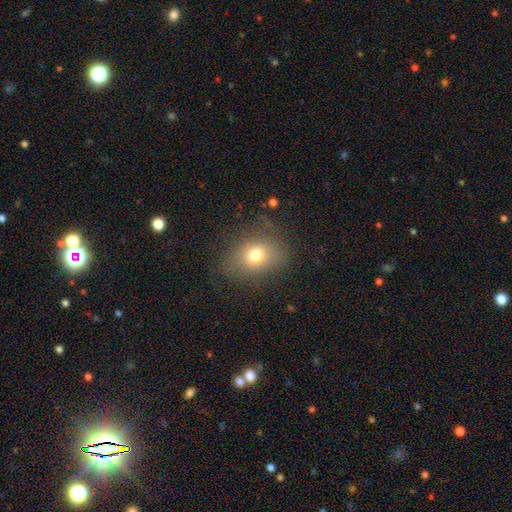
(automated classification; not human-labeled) This appears to be a smooth galaxy with no disk features (72%) that is in between round and cigar-shaped (57%). Merging: none (73%).